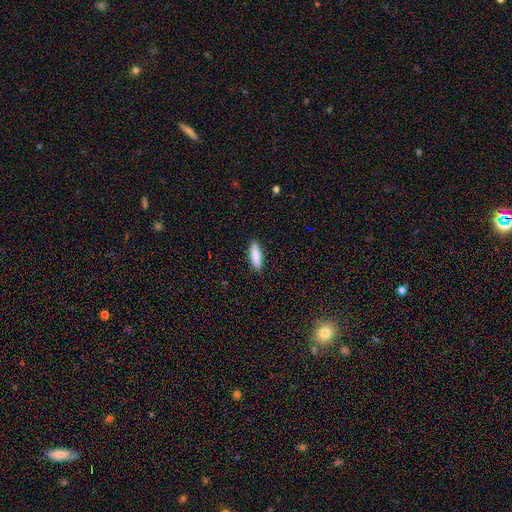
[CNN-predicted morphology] Overall: smooth (86%). How rounded: cigar-shaped (58%; in between 41%). Merging: none (89%).